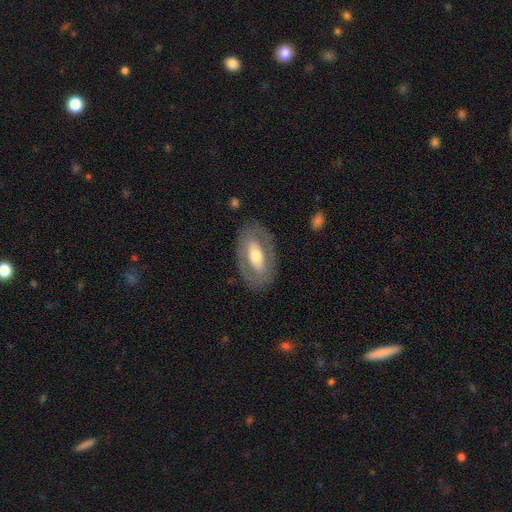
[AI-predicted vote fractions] The model was most divided on "smooth or featured": featured or disk: 57%, smooth: 38%, star or artifact: 6%. More confident: edge-on disk — no (87%); merging — none (81%).